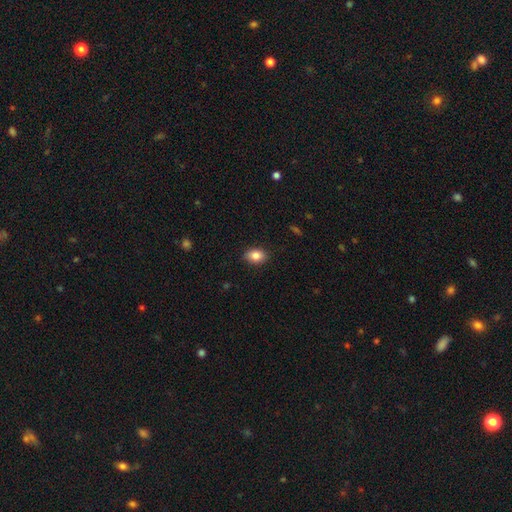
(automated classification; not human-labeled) Smooth or featured? smooth (85%)
How rounded? in between (81%)
Merging? none (87%)